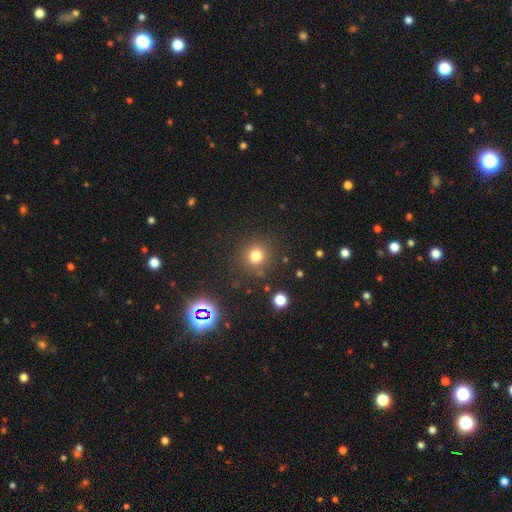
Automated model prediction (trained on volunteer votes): Smooth or featured: smooth — 77% (star or artifact — 17%)
How rounded: round — 90% (in between — 9%)
Merging: none — 85% (minor disturbance — 8%)